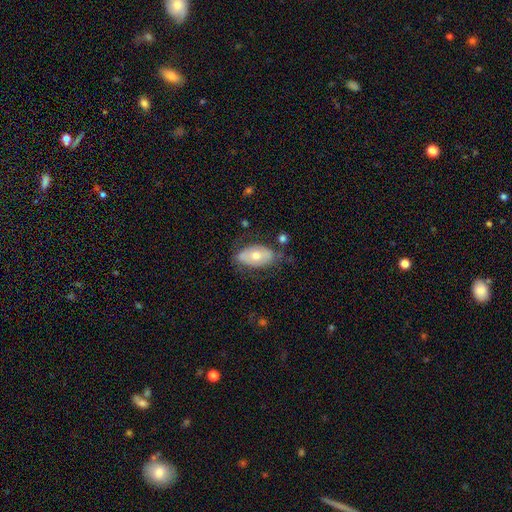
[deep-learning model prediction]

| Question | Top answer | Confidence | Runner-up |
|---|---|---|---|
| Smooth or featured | smooth | 56% | featured or disk (38%) |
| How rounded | in between | 92% | round (5%) |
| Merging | none | 62% | minor disturbance (24%) |